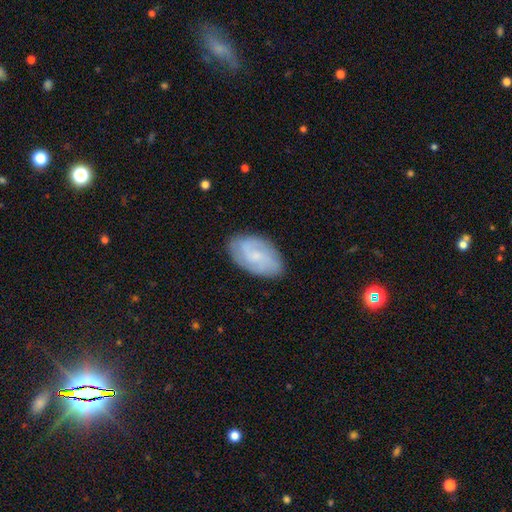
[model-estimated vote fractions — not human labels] Smooth or featured?
  - featured or disk: 60% *
  - smooth: 33%
  - star or artifact: 7%
Edge-on disk?
  - no: 96% *
  - yes: 4%
Bar?
  - no: 55% *
  - weak: 40%
  - strong: 5%
Spiral arms?
  - yes: 91% *
  - no: 9%
Spiral winding?
  - medium: 42% *
  - tight: 40%
  - loose: 19%
Spiral arm count?
  - 2: 39% *
  - can't tell: 29%
  - 3: 19%
  - 4: 6%
  - 1: 4%
  - more than 4: 4%
Bulge size?
  - small: 59% *
  - moderate: 19%
  - none: 19%
  - large: 2%
  - dominant: 1%
Merging?
  - none: 80% *
  - minor disturbance: 15%
  - major disturbance: 4%
  - merger: 1%